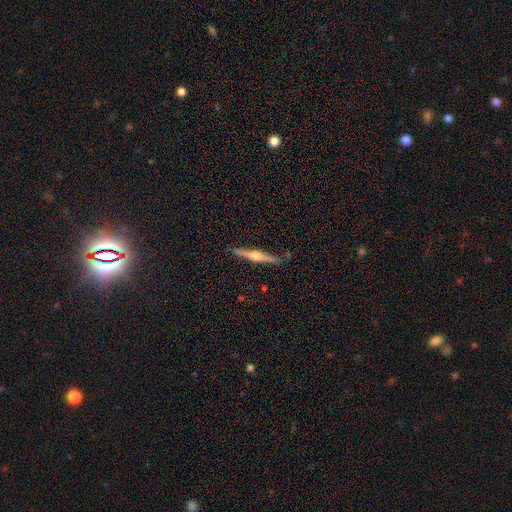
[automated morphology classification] The model was most divided on "smooth or featured": featured or disk: 76%, smooth: 19%, star or artifact: 6%. More confident: edge-on disk — yes (98%); edge-on bulge — rounded (92%); merging — none (88%).